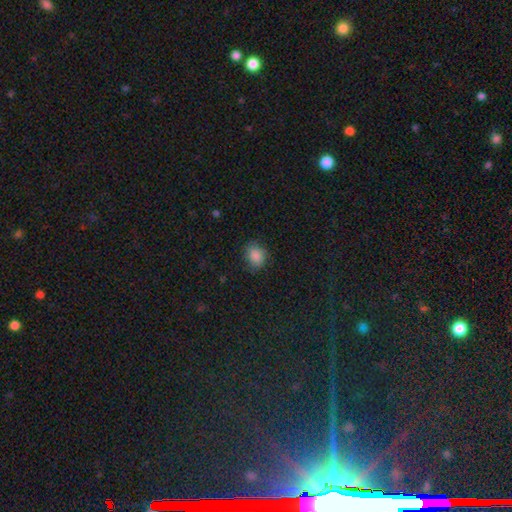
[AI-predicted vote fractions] Q: Smooth or featured?
A: smooth (86%); runner-up: star or artifact (9%)
Q: How rounded?
A: round (57%); runner-up: in between (42%)
Q: Merging?
A: none (78%); runner-up: minor disturbance (17%)